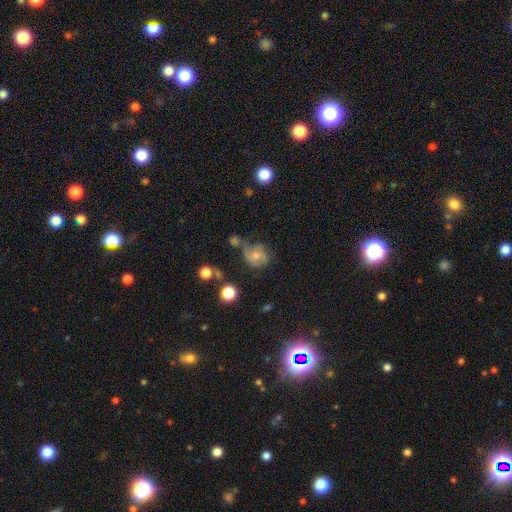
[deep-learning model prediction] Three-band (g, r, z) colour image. It shows a smooth galaxy with no disk features (46%). Merging: none (38%).